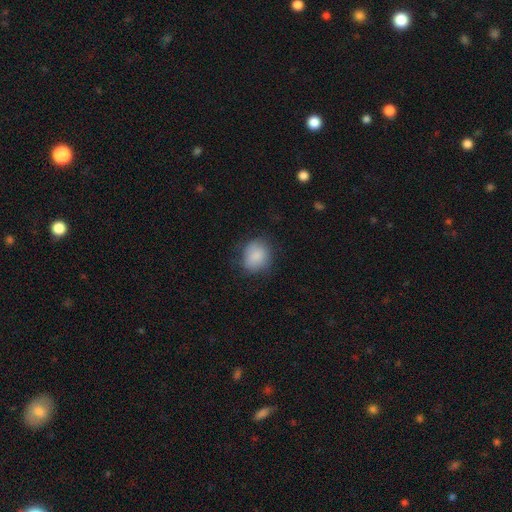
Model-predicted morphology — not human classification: A smooth galaxy with no disk features (86%) that is round (61%). Merging: none (72%).